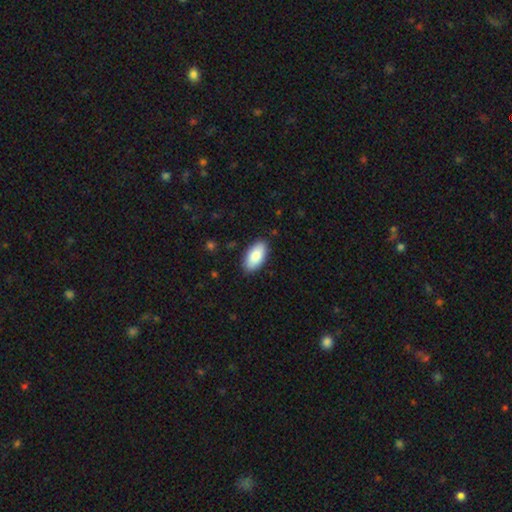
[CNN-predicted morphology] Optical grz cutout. It shows a smooth galaxy with no disk features (86%) that is in between round and cigar-shaped (94%). Merging: none (88%).